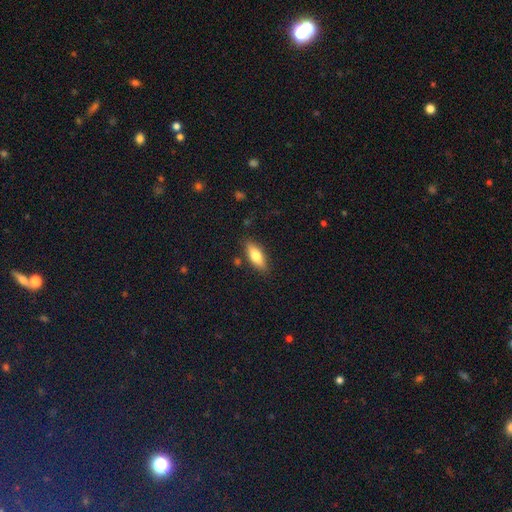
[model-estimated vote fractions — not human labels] This is likely a smooth galaxy (70%). How rounded: likely in between (68%). Merging: clearly none (83%).